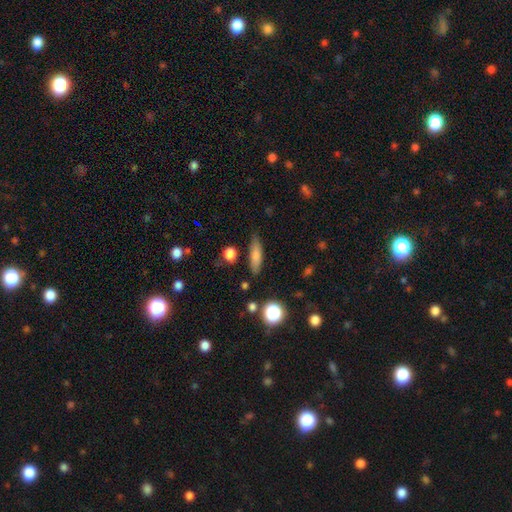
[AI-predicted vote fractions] Smooth or featured? Predicted: smooth (p=0.75). How rounded? Predicted: cigar-shaped (p=0.63). Merging? Predicted: none (p=0.82).